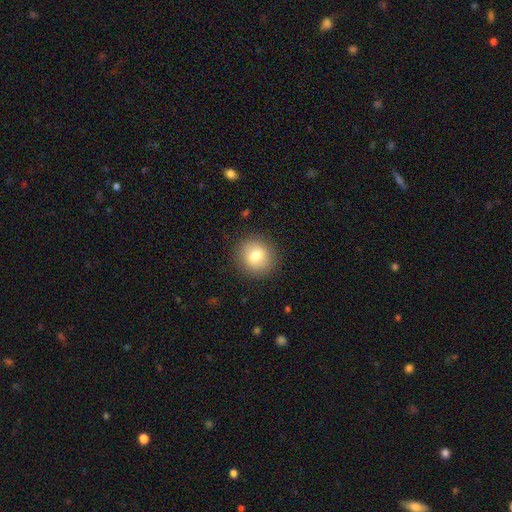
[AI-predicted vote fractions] Smooth or featured? smooth (76%)
How rounded? round (87%)
Merging? none (88%)